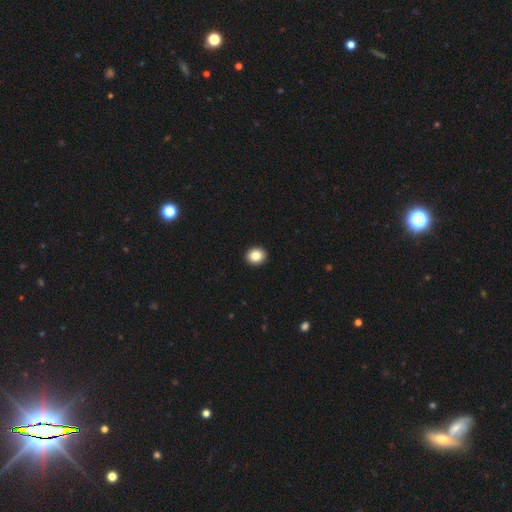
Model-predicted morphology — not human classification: A smooth galaxy with no disk features (85%) that is round (64%).

Vote fractions:
- Smooth or featured? smooth: 85% / star or artifact: 9% / featured or disk: 6%
- How rounded? round: 64% / in between: 35% / cigar-shaped: 1%
- Merging? none: 93% / minor disturbance: 5% / major disturbance: 1% / merger: 1%